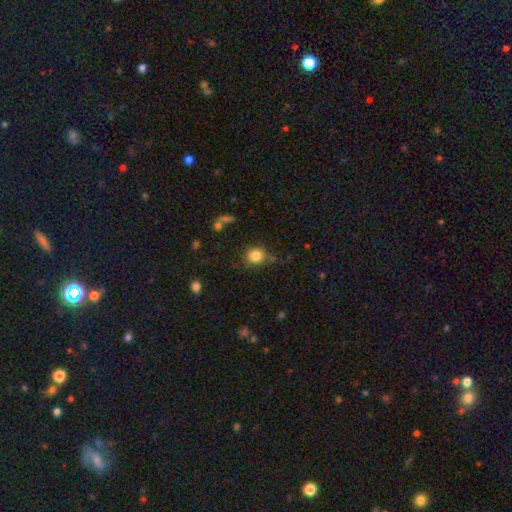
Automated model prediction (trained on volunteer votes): Smooth or featured? Predicted: smooth (p=0.84). How rounded? Predicted: round (p=0.83). Merging? Predicted: none (p=0.76).